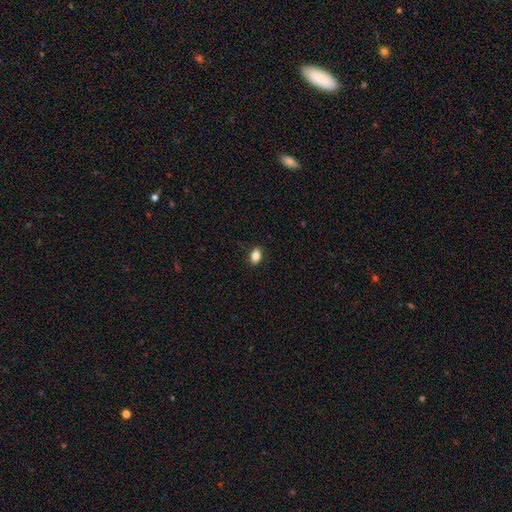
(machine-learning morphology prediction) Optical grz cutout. It shows a smooth galaxy with no disk features (81%) that is in between round and cigar-shaped (77%). Merging: none (86%).